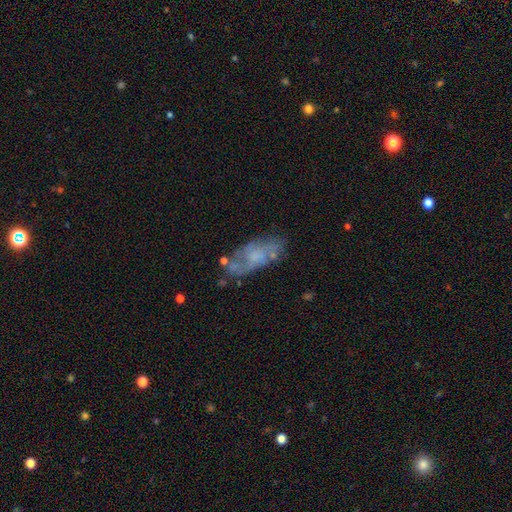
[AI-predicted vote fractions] smooth_or_featured: featured or disk (p=0.59) [alt: smooth p=0.33]
disk_edge_on: no (p=0.90) [alt: yes p=0.10]
bar: no (p=0.76) [alt: weak p=0.21]
has_spiral_arms: yes (p=0.57) [alt: no p=0.43]
bulge_size: none (p=0.40) [alt: small p=0.30]
merging: none (p=0.58) [alt: minor disturbance p=0.23]